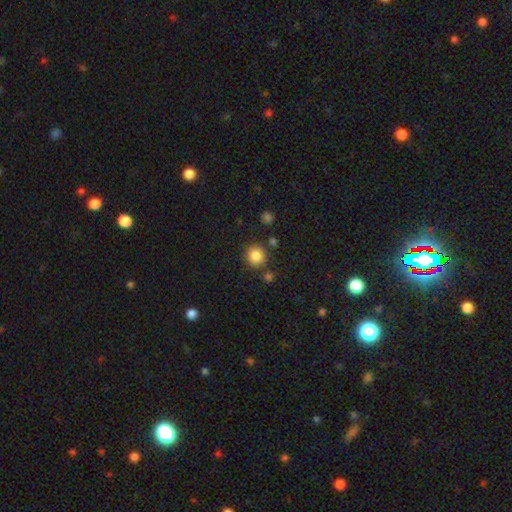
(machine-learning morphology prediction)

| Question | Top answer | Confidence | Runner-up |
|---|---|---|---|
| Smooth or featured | smooth | 85% | star or artifact (10%) |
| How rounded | round | 92% | in between (7%) |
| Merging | none | 83% | minor disturbance (8%) |